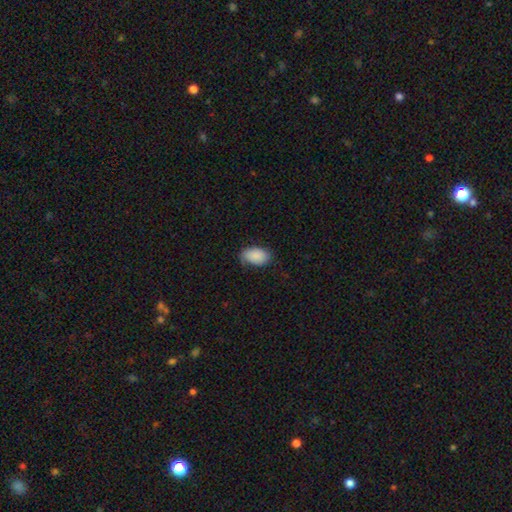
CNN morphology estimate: Q: Smooth or featured?
A: smooth (88%); runner-up: star or artifact (7%)
Q: How rounded?
A: in between (92%); runner-up: round (7%)
Q: Merging?
A: none (69%); runner-up: minor disturbance (24%)